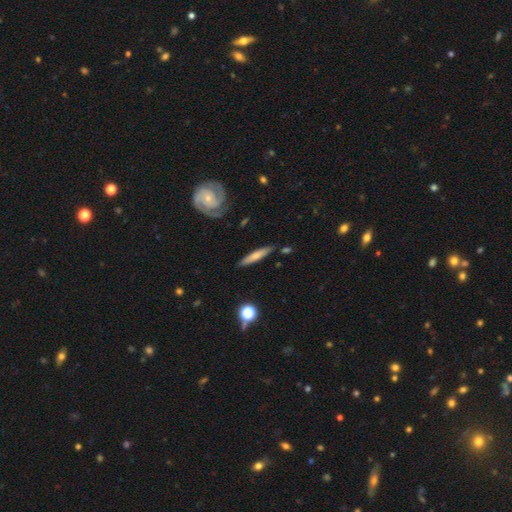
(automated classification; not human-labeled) Smooth or featured? Predicted: smooth (p=0.56). How rounded? Predicted: cigar-shaped (p=0.86). Merging? Predicted: none (p=0.83).